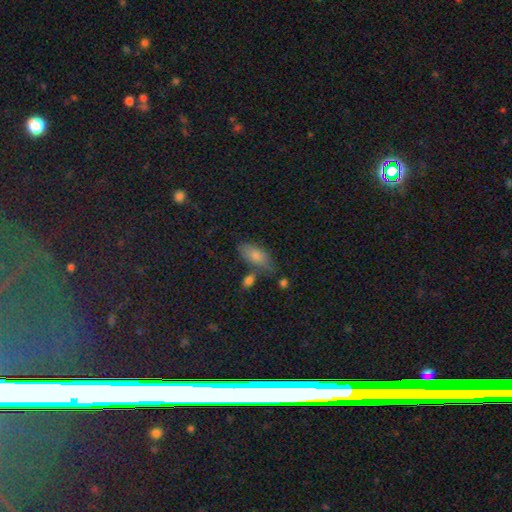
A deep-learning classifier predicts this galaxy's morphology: smooth_or_featured: smooth (p=0.73) [alt: star or artifact p=0.13]
how_rounded: in between (p=0.81) [alt: cigar-shaped p=0.14]
merging: none (p=0.68) [alt: minor disturbance p=0.17]